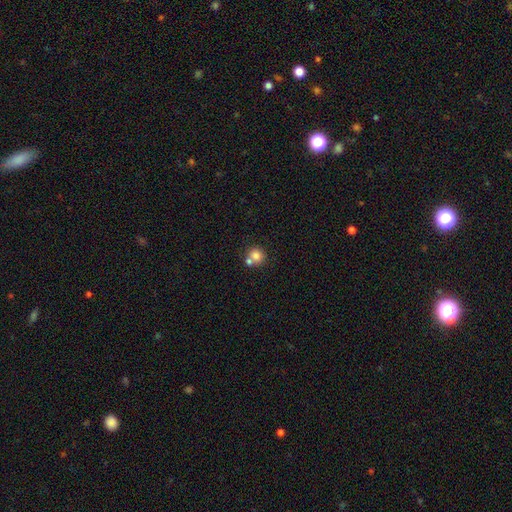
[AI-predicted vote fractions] Overall: smooth (79%). How rounded: round (83%). Merging: none (49%; merger 39%).